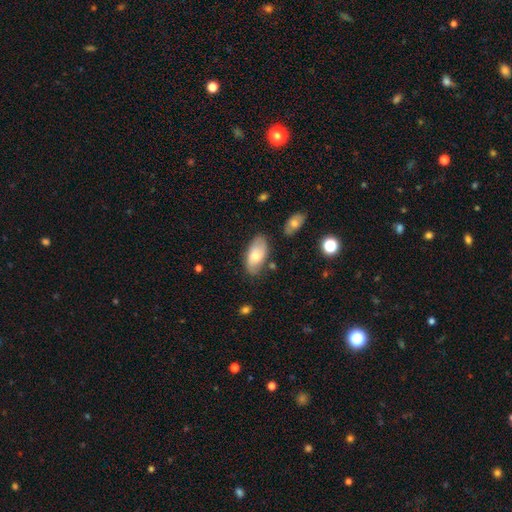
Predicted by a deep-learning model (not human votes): A smooth galaxy with no disk features (62%) that is in between round and cigar-shaped (93%).

Vote fractions:
- Smooth or featured? smooth: 62% / featured or disk: 32% / star or artifact: 6%
- How rounded? in between: 93% / cigar-shaped: 3% / round: 3%
- Merging? none: 73% / minor disturbance: 19% / major disturbance: 4% / merger: 4%